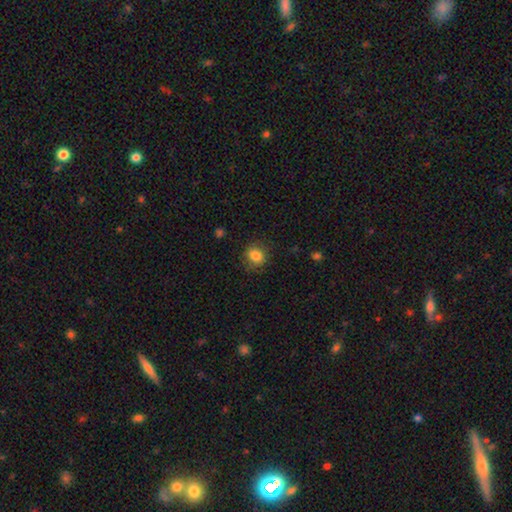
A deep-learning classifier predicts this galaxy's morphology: smooth_or_featured: smooth (p=0.84) [alt: star or artifact p=0.10]
how_rounded: round (p=0.63) [alt: in between p=0.35]
merging: none (p=0.81) [alt: minor disturbance p=0.13]